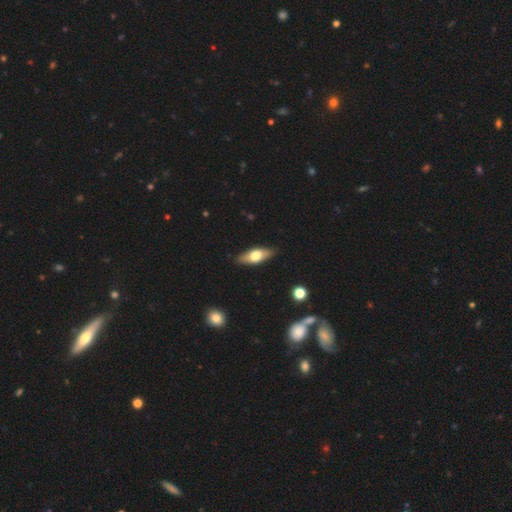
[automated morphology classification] Smooth or featured? smooth (58%)
How rounded? in between (67%)
Merging? none (87%)